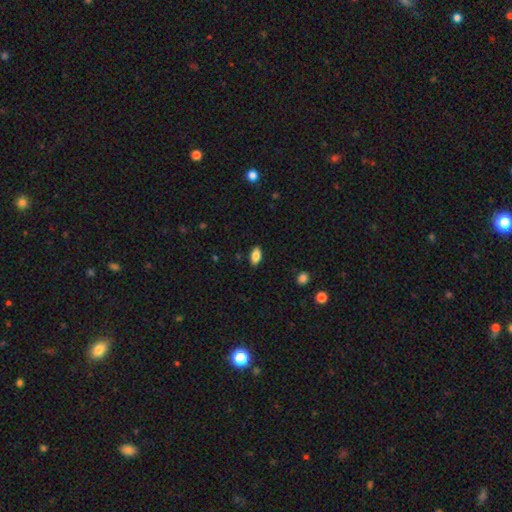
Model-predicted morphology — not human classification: Smooth or featured: smooth — 86% (star or artifact — 8%)
How rounded: in between — 91% (cigar-shaped — 5%)
Merging: none — 87% (minor disturbance — 10%)